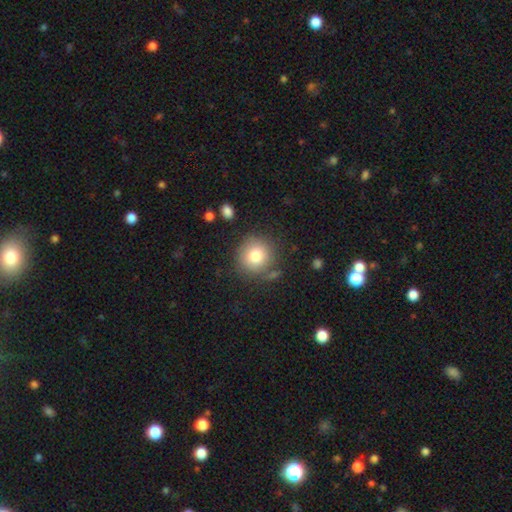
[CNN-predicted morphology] A smooth galaxy with no disk features (80%) that is round (93%). Merging: none (78%).